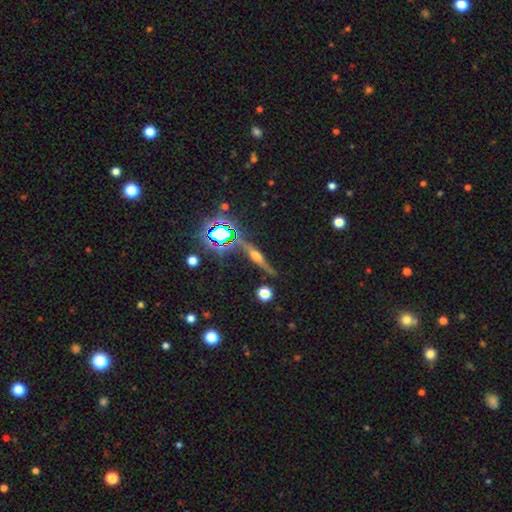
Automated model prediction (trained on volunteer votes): A featured or disk galaxy (61%) viewed edge-on (88%) with a rounded central bulge (80%).

Vote fractions:
- Smooth or featured? featured or disk: 61% / star or artifact: 20% / smooth: 19%
- Edge-on disk? yes: 88% / no: 12%
- Edge-on bulge? rounded: 80% / boxy: 14% / none: 6%
- Merging? none: 75% / minor disturbance: 15% / major disturbance: 5% / merger: 5%